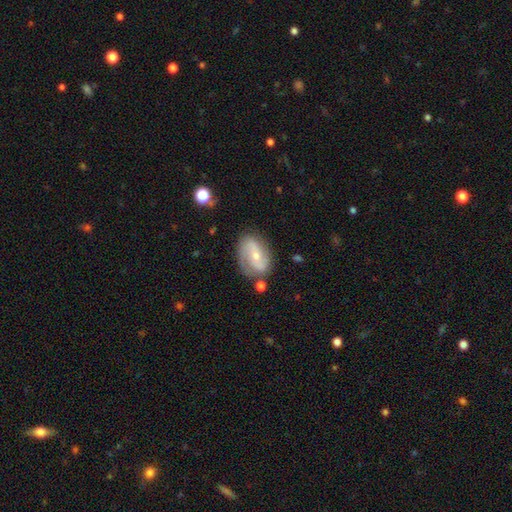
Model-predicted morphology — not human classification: Smooth or featured?
  - featured or disk: 72% *
  - smooth: 21%
  - star or artifact: 6%
Edge-on disk?
  - no: 96% *
  - yes: 4%
Bar?
  - no: 48% *
  - weak: 36%
  - strong: 16%
Spiral arms?
  - yes: 90% *
  - no: 10%
Spiral winding?
  - medium: 42% *
  - loose: 34%
  - tight: 24%
Spiral arm count?
  - 2: 84% *
  - can't tell: 8%
  - 1: 3%
  - 3: 3%
  - 4: 1%
  - more than 4: 1%
Bulge size?
  - small: 56% *
  - moderate: 40%
  - large: 1%
  - none: 1%
  - dominant: 1%
Merging?
  - none: 73% *
  - minor disturbance: 18%
  - major disturbance: 5%
  - merger: 4%